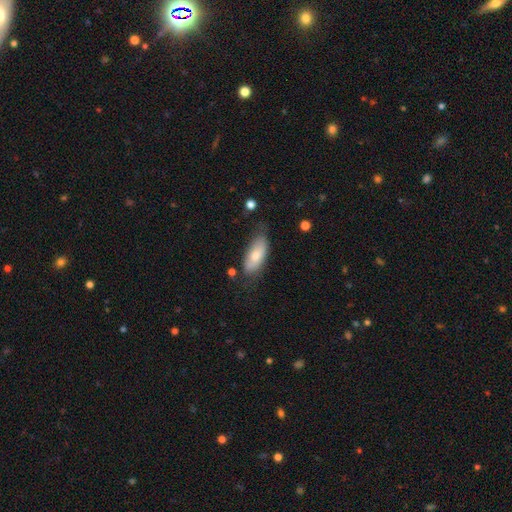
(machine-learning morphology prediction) Smooth or featured? smooth (71%)
How rounded? in between (84%)
Merging? none (64%)